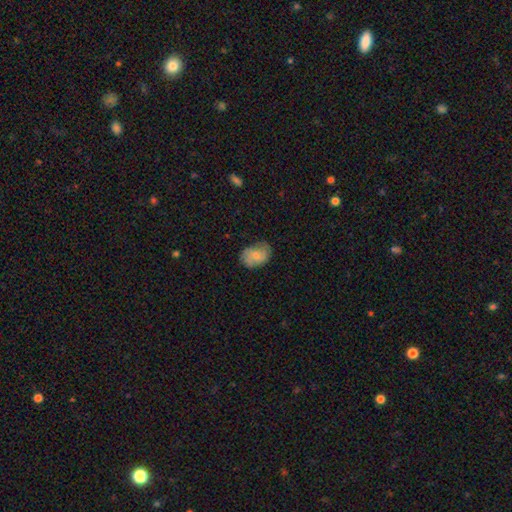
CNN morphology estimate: type=smooth (67%); roundness=in between (77%); merging=none (66%).